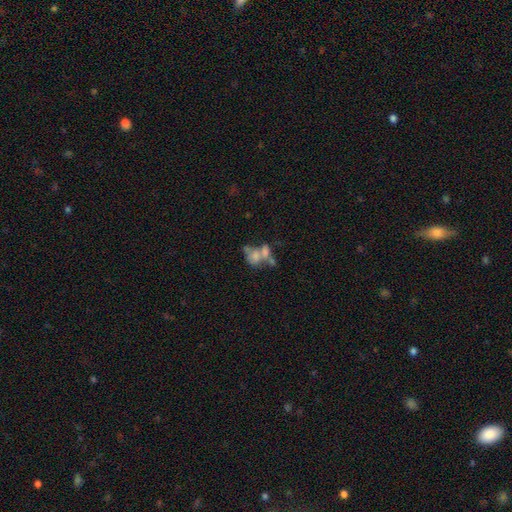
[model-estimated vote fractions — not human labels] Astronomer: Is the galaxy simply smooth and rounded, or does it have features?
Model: smooth — 47% (runner-up: featured or disk, 37%).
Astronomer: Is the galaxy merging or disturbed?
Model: merger — 55%.